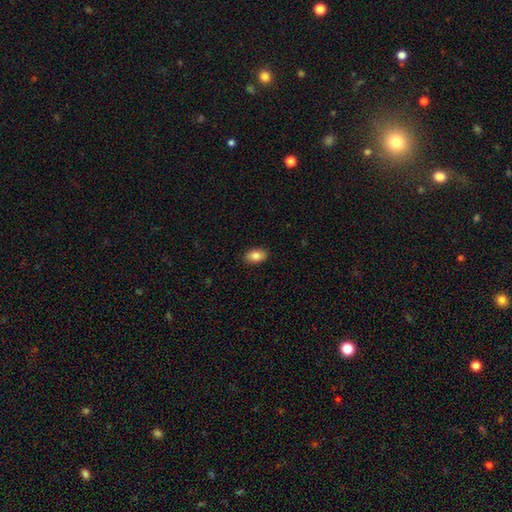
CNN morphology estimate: Smooth or featured? smooth (85%)
How rounded? in between (91%)
Merging? none (89%)